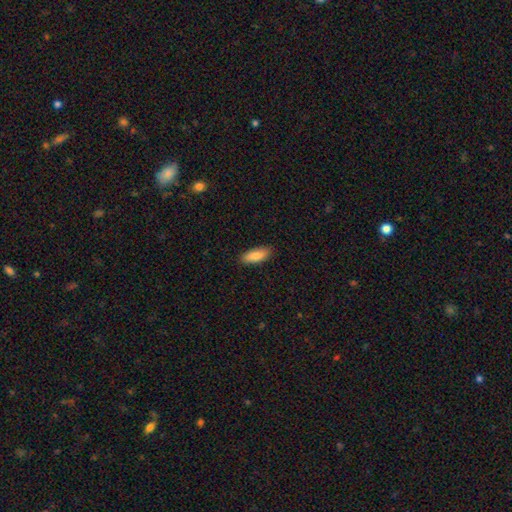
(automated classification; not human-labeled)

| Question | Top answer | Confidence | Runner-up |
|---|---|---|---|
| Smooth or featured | smooth | 86% | featured or disk (8%) |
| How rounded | in between | 74% | cigar-shaped (24%) |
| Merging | none | 88% | minor disturbance (9%) |